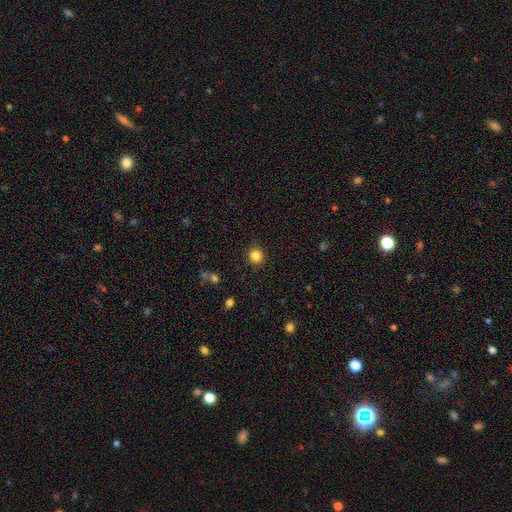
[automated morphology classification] smooth_or_featured: smooth (p=0.84) [alt: star or artifact p=0.11]
how_rounded: round (p=0.87) [alt: in between p=0.12]
merging: none (p=0.90) [alt: minor disturbance p=0.07]